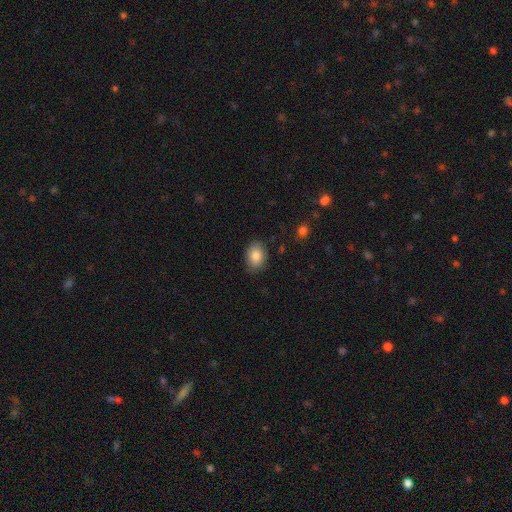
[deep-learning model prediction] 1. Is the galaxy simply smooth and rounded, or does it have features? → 85% smooth, 8% star or artifact, 7% featured or disk.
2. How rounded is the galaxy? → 71% in between, 28% round, 1% cigar-shaped.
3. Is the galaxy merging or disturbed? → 83% none, 13% minor disturbance, 3% major disturbance, 1% merger.